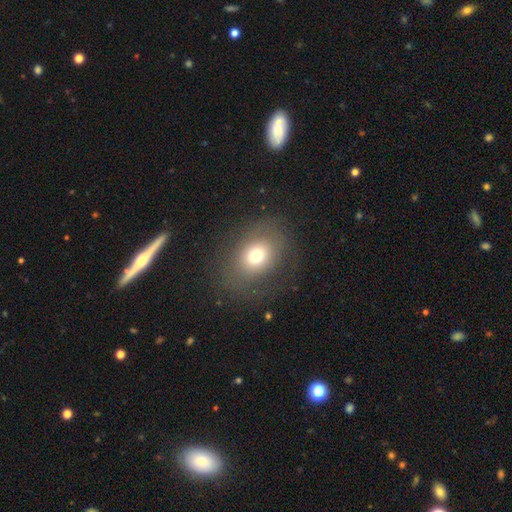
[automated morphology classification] This appears to be a smooth galaxy with no disk features (68%) that is in between round and cigar-shaped (54%). Merging: none (73%).